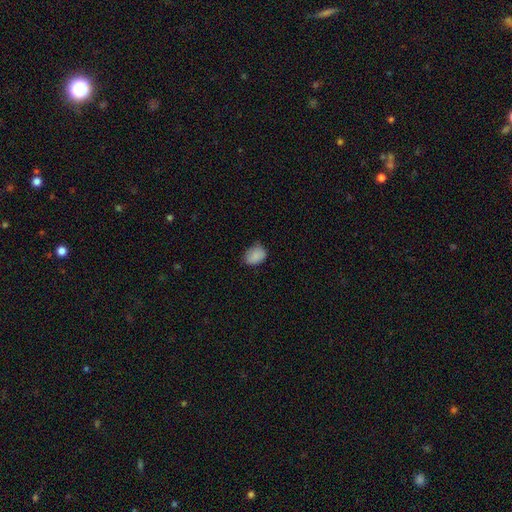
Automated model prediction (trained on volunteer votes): This appears to be a smooth galaxy with no disk features (87%) that is in between round and cigar-shaped (69%). Merging: none (67%).